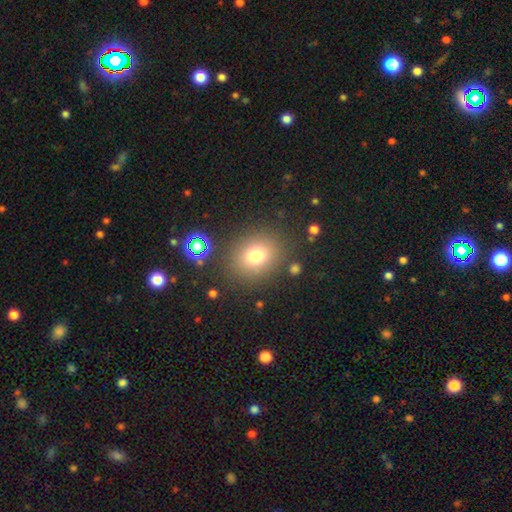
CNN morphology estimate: Q: Smooth or featured?
A: smooth (75%); runner-up: star or artifact (15%)
Q: How rounded?
A: round (64%); runner-up: in between (35%)
Q: Merging?
A: none (82%); runner-up: minor disturbance (9%)